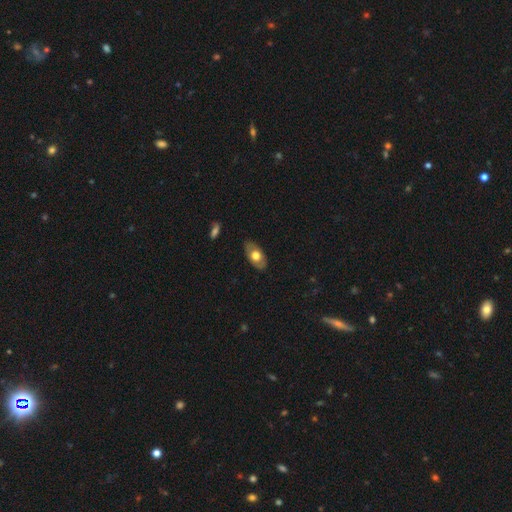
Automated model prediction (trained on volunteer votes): Overall: smooth (61%; featured or disk 33%). How rounded: in between (91%). Merging: none (83%).